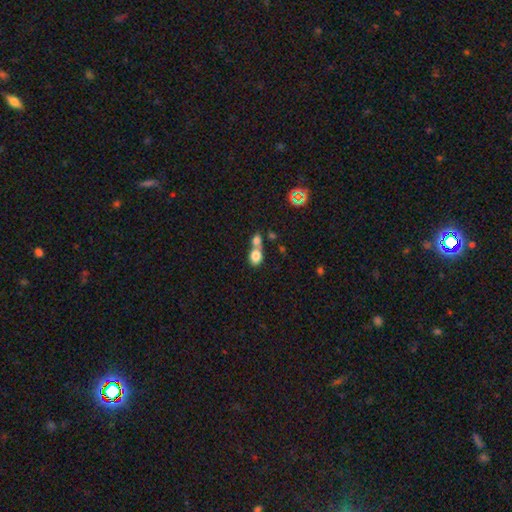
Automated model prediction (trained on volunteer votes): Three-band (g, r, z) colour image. It shows a smooth galaxy with no disk features (80%) that is in between round and cigar-shaped (57%). Merging: merger (62%).